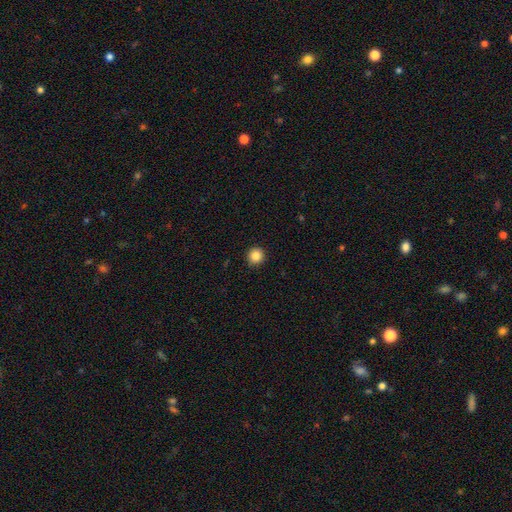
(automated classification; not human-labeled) Morphology: type=smooth (85%); roundness=round (95%); merging=none (93%).